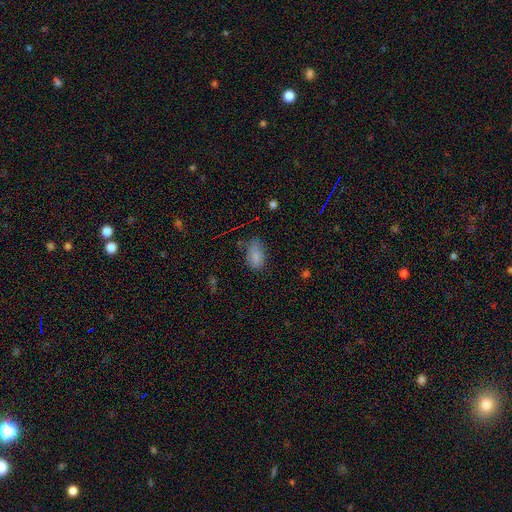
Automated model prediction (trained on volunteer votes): Smooth or featured? Predicted: smooth (p=0.82). How rounded? Predicted: in between (p=0.90). Merging? Predicted: none (p=0.59).